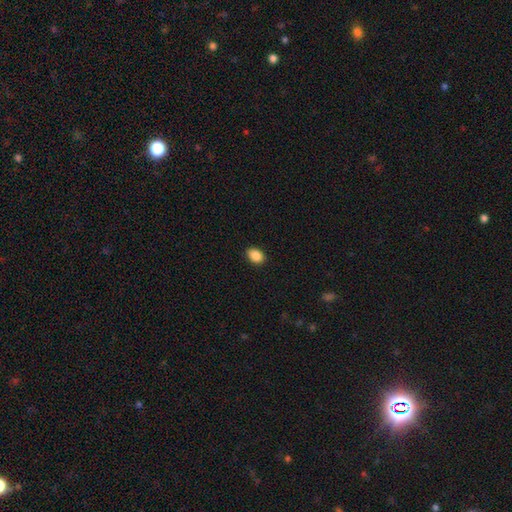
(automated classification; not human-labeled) The model was most divided on "how rounded": in between: 79%, round: 20%, cigar-shaped: 1%. More confident: merging — none (89%); smooth or featured — smooth (88%).